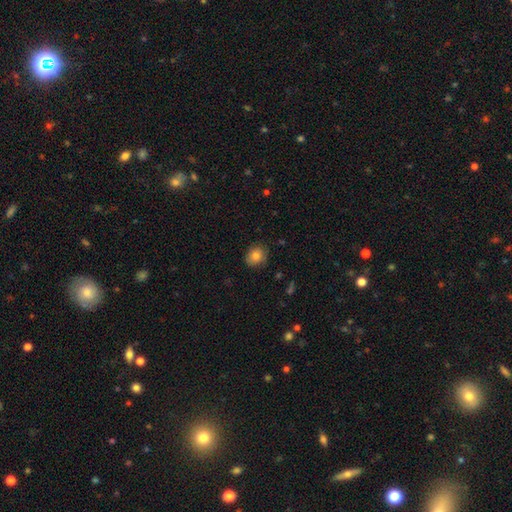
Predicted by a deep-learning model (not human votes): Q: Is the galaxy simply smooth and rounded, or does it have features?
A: smooth — 82%.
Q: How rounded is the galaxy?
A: round — 66%.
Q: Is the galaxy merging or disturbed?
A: none — 82%.